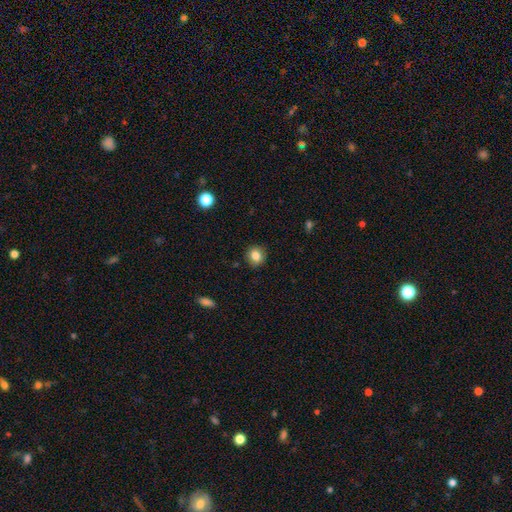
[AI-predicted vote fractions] This is clearly a smooth galaxy (83%). How rounded: clearly round (82%). Merging: clearly none (89%).